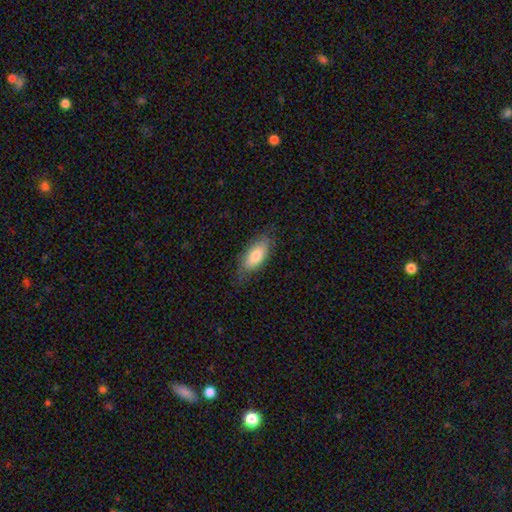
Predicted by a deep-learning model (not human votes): smooth-or-featured: smooth: 76% | featured or disk: 18% | star or artifact: 6%
  how-rounded: in between: 86% | cigar-shaped: 12% | round: 2%
  merging: none: 73% | minor disturbance: 21% | major disturbance: 5% | merger: 1%